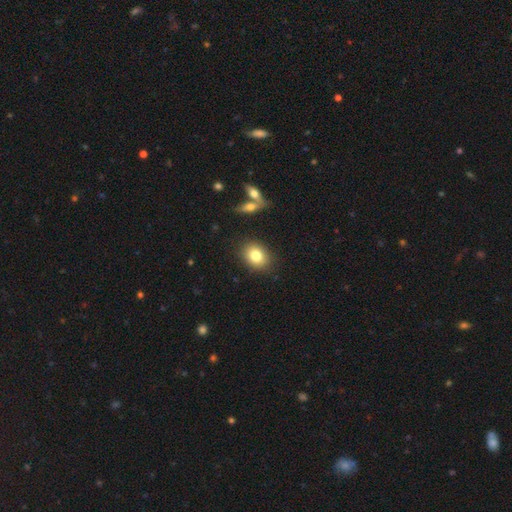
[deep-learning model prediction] Morphology: type=smooth (80%); roundness=in between (52%); merging=none (86%).